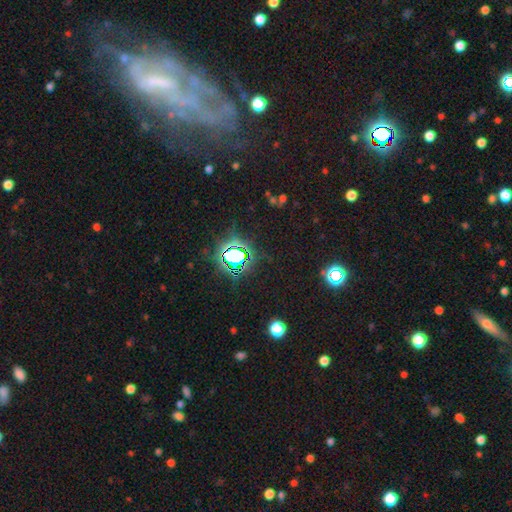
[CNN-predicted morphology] Smooth or featured? star or artifact (65%)